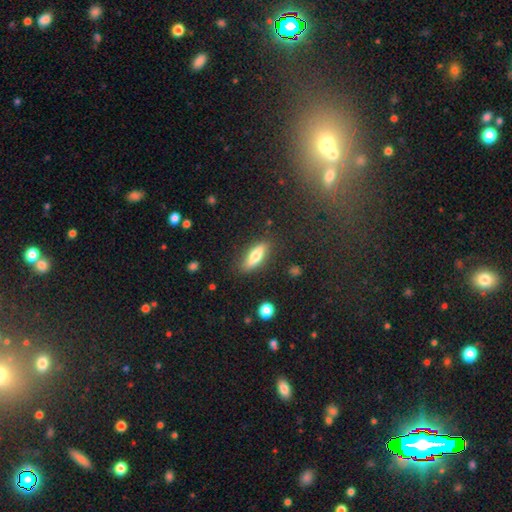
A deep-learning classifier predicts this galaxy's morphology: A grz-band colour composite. It shows a smooth galaxy with no disk features (69%) that is in between round and cigar-shaped (50%). Merging: none (82%).